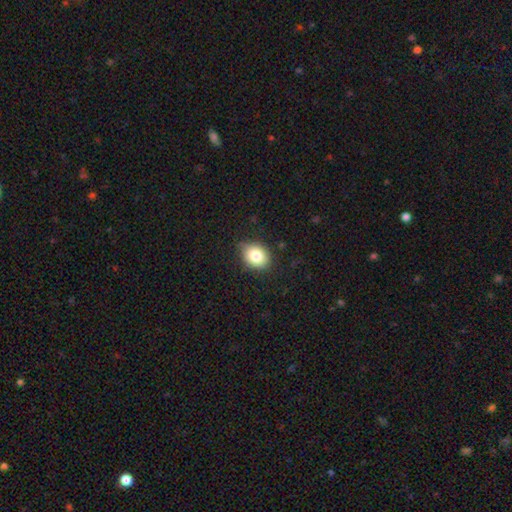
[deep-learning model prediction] This is clearly a smooth galaxy (82%). How rounded: possibly round (50%). Merging: likely none (80%).